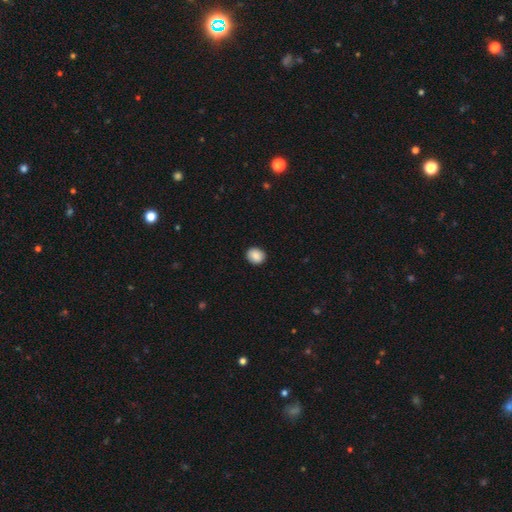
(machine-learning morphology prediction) Overall: smooth (87%). How rounded: round (73%). Merging: none (91%).